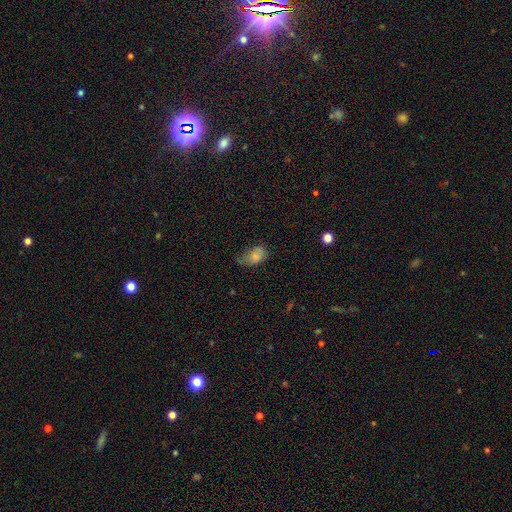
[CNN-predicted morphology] Smooth or featured?
  - smooth: 79% *
  - featured or disk: 11%
  - star or artifact: 10%
How rounded?
  - in between: 88% *
  - round: 10%
  - cigar-shaped: 2%
Merging?
  - none: 40% *
  - minor disturbance: 39%
  - major disturbance: 19%
  - merger: 3%